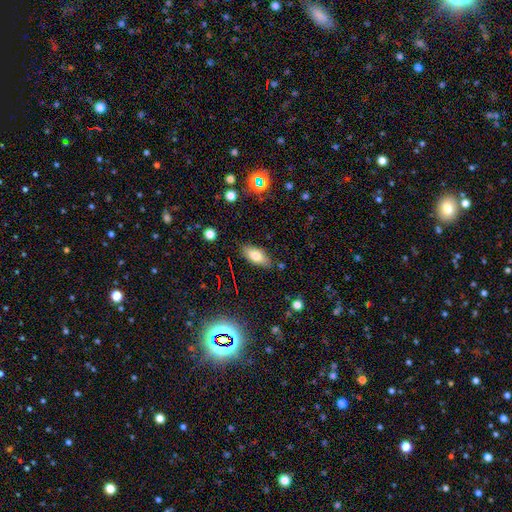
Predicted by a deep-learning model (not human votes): Overall: smooth (75%). How rounded: in between (82%). Merging: none (82%).